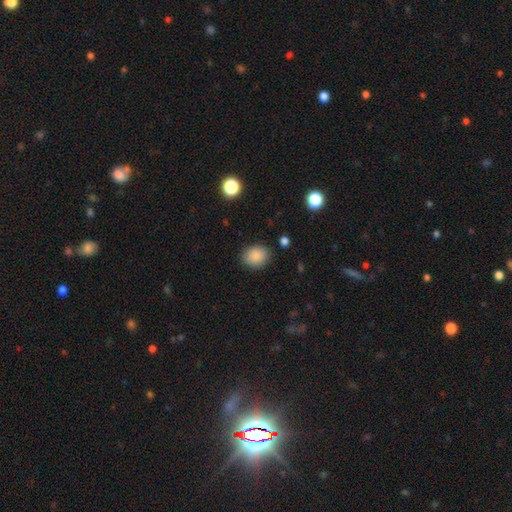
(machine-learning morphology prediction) A smooth galaxy with no disk features (87%) that is round (51%). Merging: none (85%).